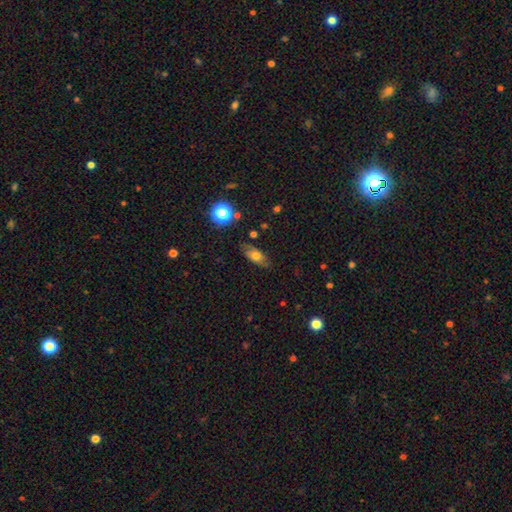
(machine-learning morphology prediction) Smooth or featured?
  - smooth: 65% *
  - featured or disk: 24%
  - star or artifact: 12%
How rounded?
  - in between: 78% *
  - cigar-shaped: 14%
  - round: 9%
Merging?
  - none: 77% *
  - minor disturbance: 17%
  - major disturbance: 4%
  - merger: 2%